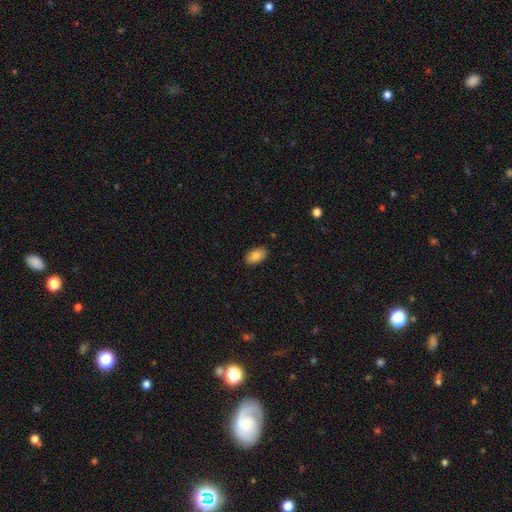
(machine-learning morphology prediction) The model was most divided on "smooth or featured": smooth: 83%, featured or disk: 10%, star or artifact: 7%. More confident: how rounded — in between (94%); merging — none (88%).